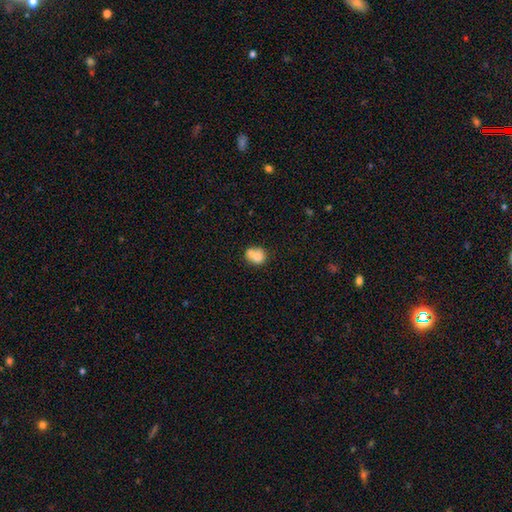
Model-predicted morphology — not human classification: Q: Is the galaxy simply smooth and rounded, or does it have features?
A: smooth — 71%.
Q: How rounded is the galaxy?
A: round — 56%.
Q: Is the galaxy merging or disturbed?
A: merger — 51%.